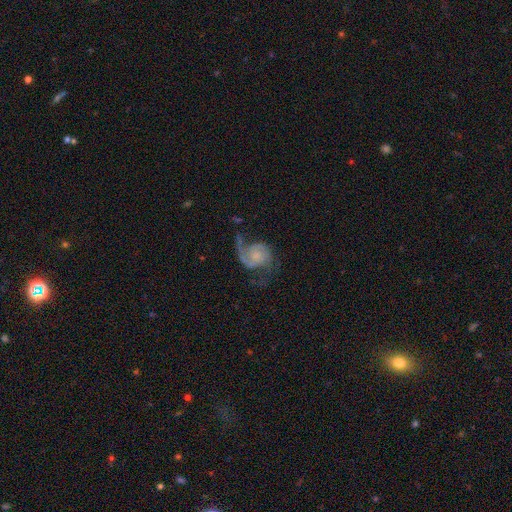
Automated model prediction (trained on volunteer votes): Morphology: type=featured or disk (81%); edge-on=no (98%); bar=no (73%); spiral arms=yes (95%); winding=medium (42%, tied with loose); arm count=2 (73%); bulge=small (53%); merging=none (50%).